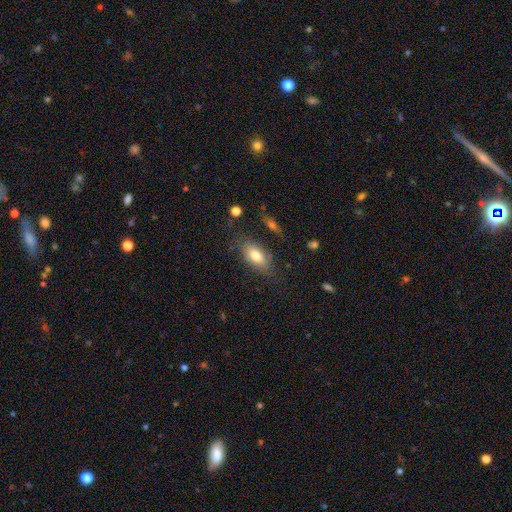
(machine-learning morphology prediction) This appears to be a smooth galaxy with no disk features (75%) that is in between round and cigar-shaped (86%). Merging: none (75%).